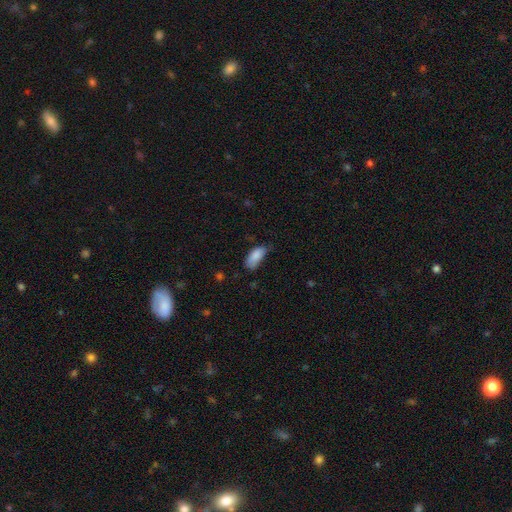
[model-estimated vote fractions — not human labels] A smooth galaxy with no disk features (85%) that is in between round and cigar-shaped (87%).

Vote fractions:
- Smooth or featured? smooth: 85% / featured or disk: 7% / star or artifact: 7%
- How rounded? in between: 87% / cigar-shaped: 11% / round: 2%
- Merging? none: 45% / minor disturbance: 40% / major disturbance: 12% / merger: 2%